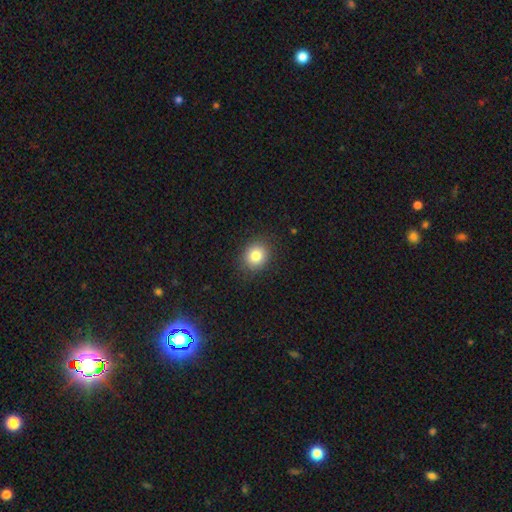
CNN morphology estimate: A smooth galaxy with no disk features (82%) that is round (70%).

Vote fractions:
- Smooth or featured? smooth: 82% / star or artifact: 10% / featured or disk: 8%
- How rounded? round: 70% / in between: 29% / cigar-shaped: 1%
- Merging? none: 88% / minor disturbance: 8% / major disturbance: 3% / merger: 1%